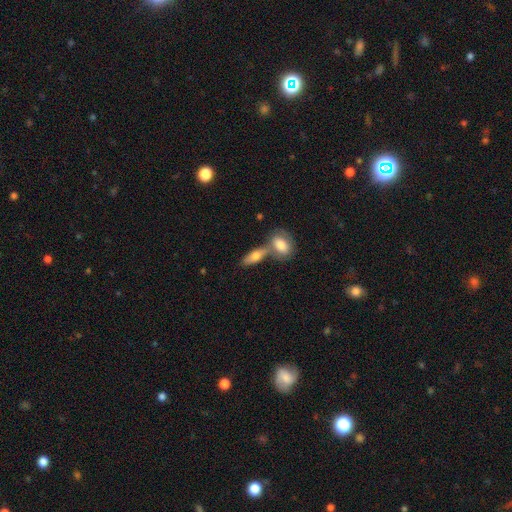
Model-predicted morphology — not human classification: A smooth galaxy with no disk features (72%) that is in between round and cigar-shaped (72%).

Vote fractions:
- Smooth or featured? smooth: 72% / featured or disk: 22% / star or artifact: 7%
- How rounded? in between: 72% / cigar-shaped: 24% / round: 4%
- Merging? merger: 51% / none: 36% / minor disturbance: 9% / major disturbance: 4%